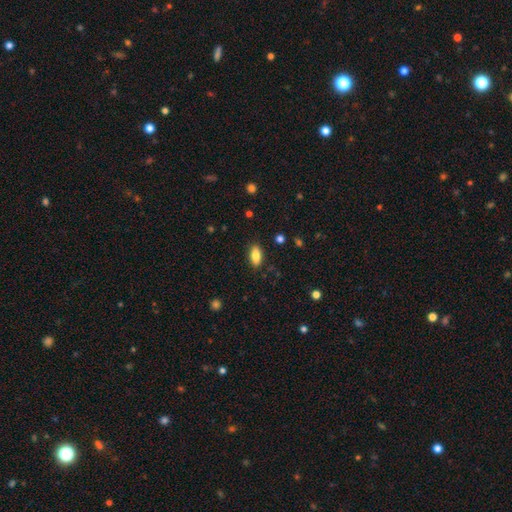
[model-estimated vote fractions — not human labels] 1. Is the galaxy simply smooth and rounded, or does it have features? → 84% smooth, 8% featured or disk, 7% star or artifact.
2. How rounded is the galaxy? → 85% in between, 12% cigar-shaped, 3% round.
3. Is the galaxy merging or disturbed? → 87% none, 9% minor disturbance, 2% major disturbance, 1% merger.